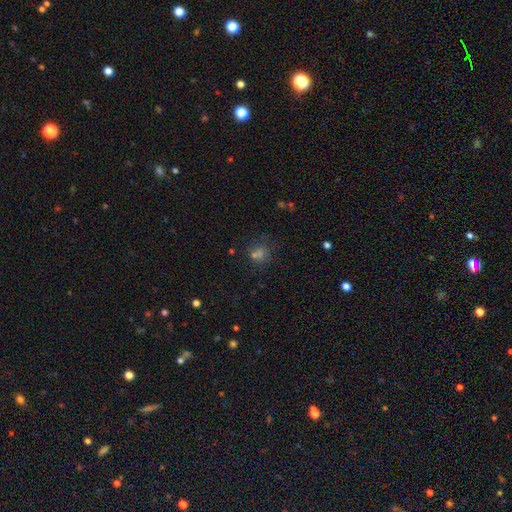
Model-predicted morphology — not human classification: Smooth or featured: smooth — 55% (star or artifact — 36%)
How rounded: round — 83% (in between — 16%)
Merging: none — 75% (minor disturbance — 12%)